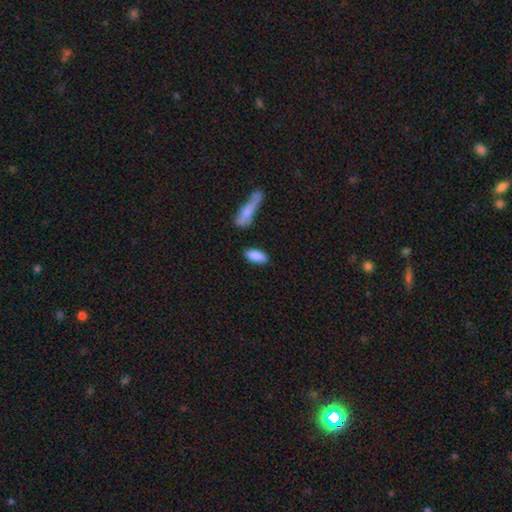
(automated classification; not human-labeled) smooth_or_featured: smooth (p=0.87) [alt: featured or disk p=0.07]
how_rounded: in between (p=0.82) [alt: cigar-shaped p=0.15]
merging: none (p=0.77) [alt: minor disturbance p=0.13]